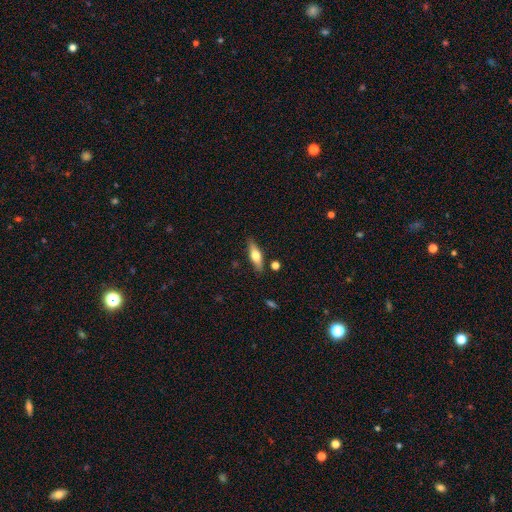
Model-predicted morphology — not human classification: Smooth or featured? smooth (51%)
How rounded? cigar-shaped (53%)
Merging? none (85%)